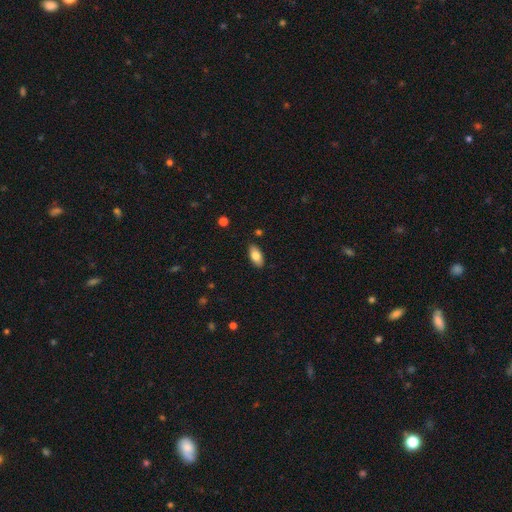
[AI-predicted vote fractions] smooth-or-featured: smooth: 80% | featured or disk: 13% | star or artifact: 7%
  how-rounded: in between: 91% | cigar-shaped: 7% | round: 3%
  merging: none: 87% | minor disturbance: 10% | major disturbance: 2% | merger: 1%